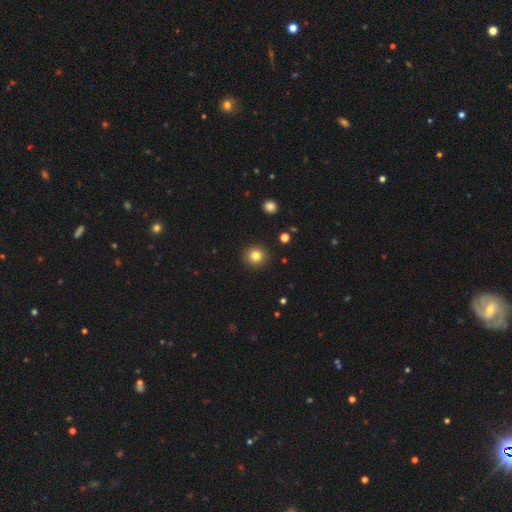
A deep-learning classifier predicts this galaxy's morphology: Overall: smooth (82%). How rounded: round (92%). Merging: none (91%).